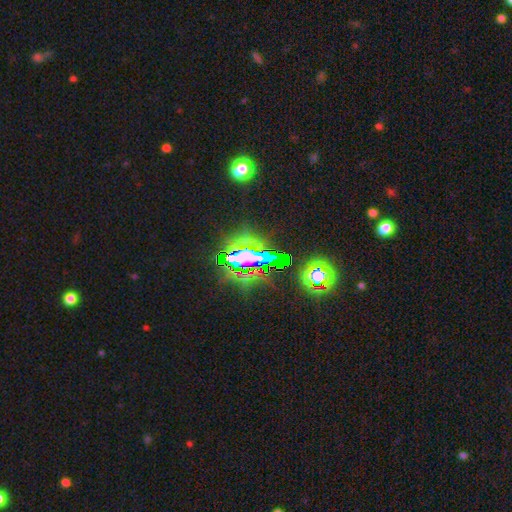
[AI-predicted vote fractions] Q: Smooth or featured?
A: star or artifact (73%); runner-up: smooth (14%)